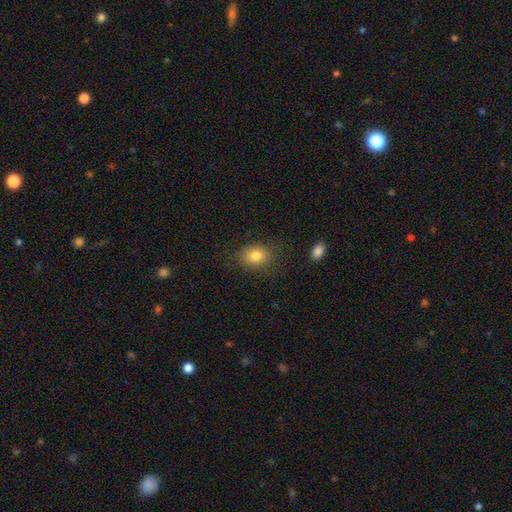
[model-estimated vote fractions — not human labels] smooth-or-featured: smooth: 82% | star or artifact: 10% | featured or disk: 8%
  how-rounded: in between: 51% | round: 48% | cigar-shaped: 1%
  merging: none: 82% | minor disturbance: 12% | major disturbance: 4% | merger: 1%